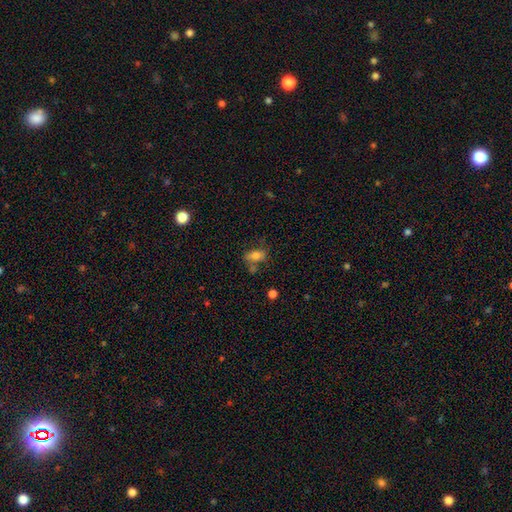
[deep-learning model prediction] Morphology: type=smooth (77%); roundness=in between (84%); merging=none (58%).